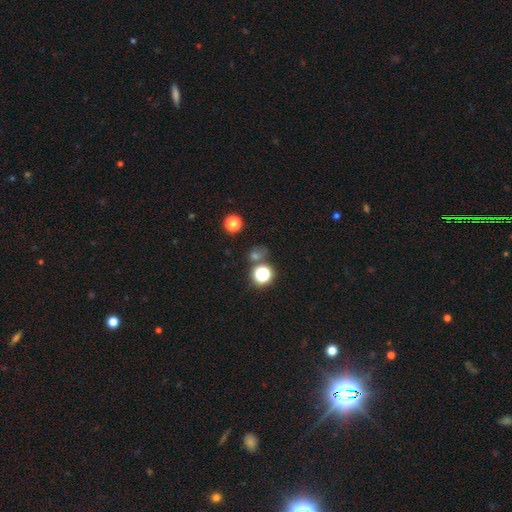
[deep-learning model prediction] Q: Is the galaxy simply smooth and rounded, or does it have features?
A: smooth — 46%.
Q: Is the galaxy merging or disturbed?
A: none — 71%.